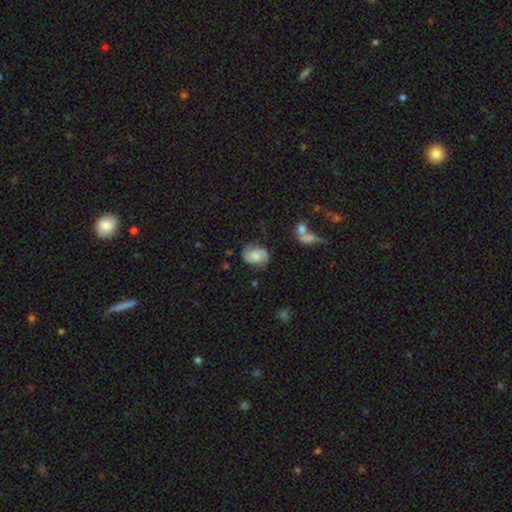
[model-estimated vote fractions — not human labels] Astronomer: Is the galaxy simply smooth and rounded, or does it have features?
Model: featured or disk — 55% (runner-up: smooth, 37%).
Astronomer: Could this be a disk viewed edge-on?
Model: no — 97%.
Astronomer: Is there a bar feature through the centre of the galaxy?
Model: no — 62%.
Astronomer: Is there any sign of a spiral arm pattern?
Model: yes — 90%.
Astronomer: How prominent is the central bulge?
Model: moderate — 39% (runner-up: small, 32%).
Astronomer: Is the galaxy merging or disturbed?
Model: none — 70%.